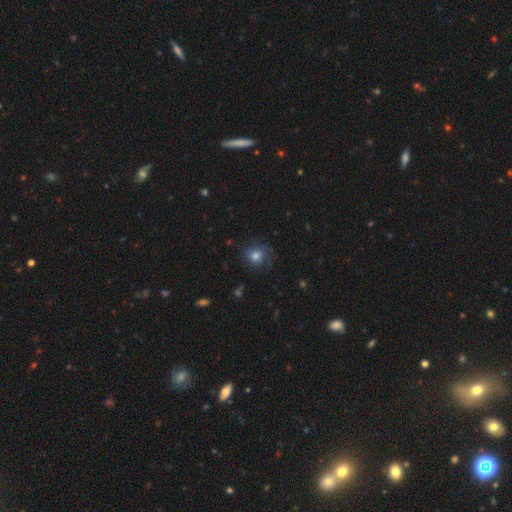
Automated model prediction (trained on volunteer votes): Morphology: type=smooth (73%); roundness=round (81%); merging=none (66%).